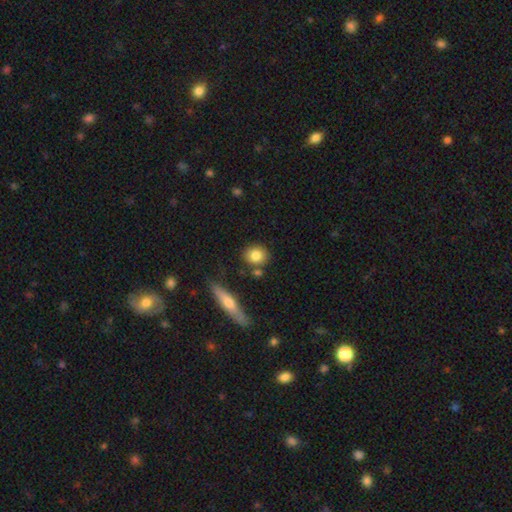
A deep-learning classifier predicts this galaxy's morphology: Overall: smooth (80%). How rounded: round (69%). Merging: none (79%).